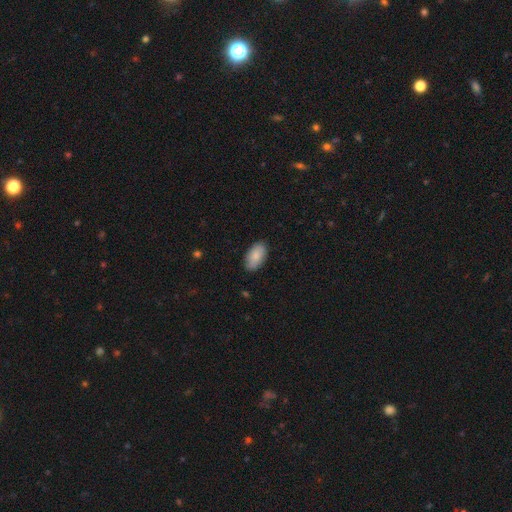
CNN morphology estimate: Smooth or featured?
  - smooth: 86% *
  - featured or disk: 8%
  - star or artifact: 6%
How rounded?
  - in between: 95% *
  - round: 3%
  - cigar-shaped: 2%
Merging?
  - none: 86% *
  - minor disturbance: 11%
  - major disturbance: 2%
  - merger: 1%